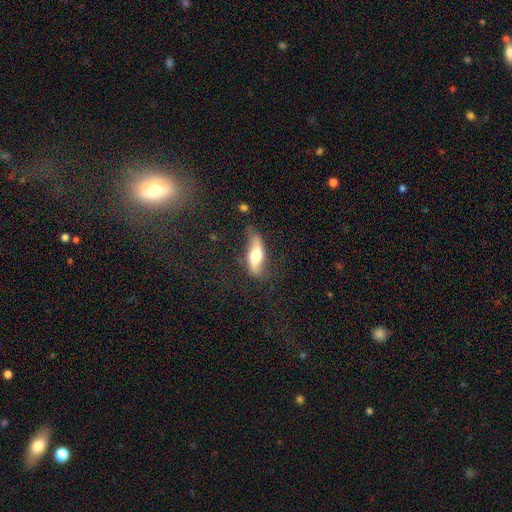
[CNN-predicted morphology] This is possibly a smooth galaxy (53%). How rounded: possibly in between (56%). Merging: possibly none (59%).